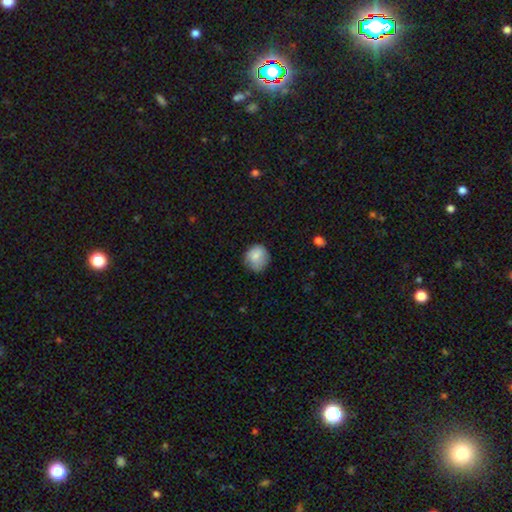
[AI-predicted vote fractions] Smooth or featured? Predicted: smooth (p=0.83). How rounded? Predicted: round (p=0.77). Merging? Predicted: none (p=0.67).